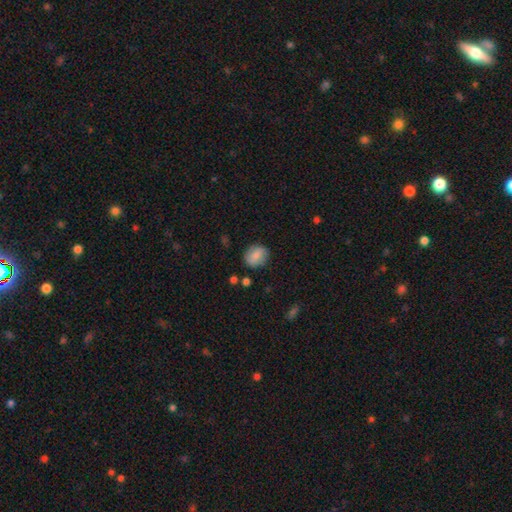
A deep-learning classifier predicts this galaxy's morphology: Smooth or featured?
  - smooth: 79% *
  - featured or disk: 13%
  - star or artifact: 8%
How rounded?
  - round: 57% *
  - in between: 41%
  - cigar-shaped: 1%
Merging?
  - none: 81% *
  - minor disturbance: 14%
  - major disturbance: 3%
  - merger: 2%